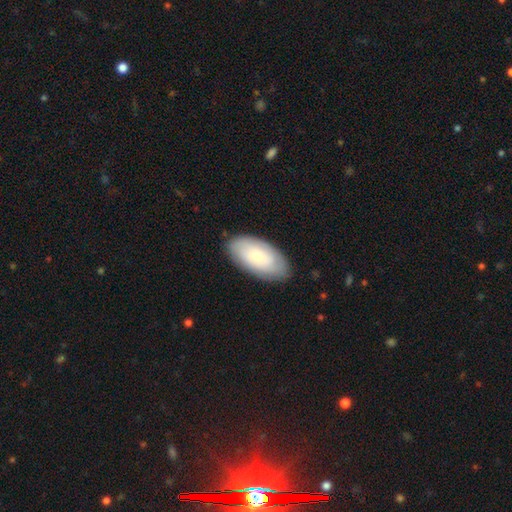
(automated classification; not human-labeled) This appears to be a smooth galaxy with no disk features (62%) that is in between round and cigar-shaped (94%). Merging: none (84%).